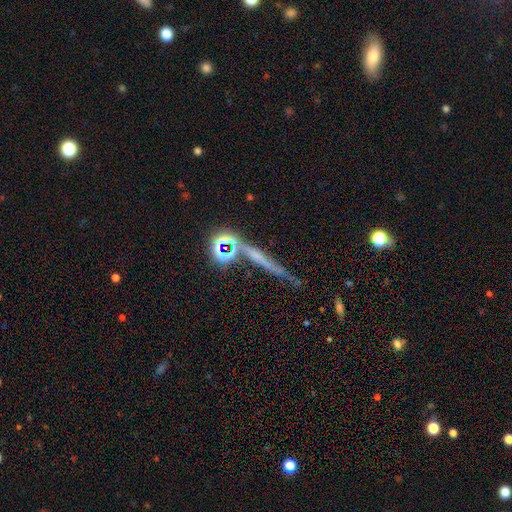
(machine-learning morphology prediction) smooth_or_featured: featured or disk (p=0.45) [alt: star or artifact p=0.31]
merging: none (p=0.58) [alt: merger p=0.20]